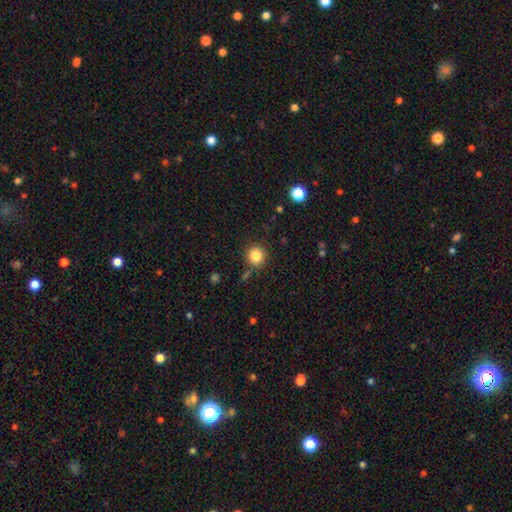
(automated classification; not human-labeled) Smooth or featured? smooth (84%)
How rounded? round (90%)
Merging? none (83%)